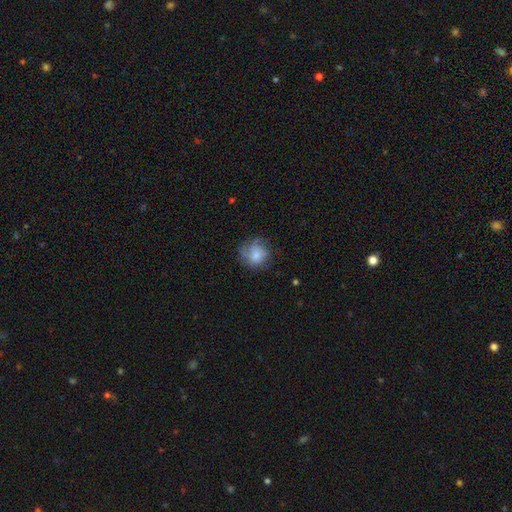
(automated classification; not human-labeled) smooth_or_featured: smooth (p=0.54) [alt: featured or disk p=0.36]
how_rounded: round (p=0.81) [alt: in between p=0.18]
merging: none (p=0.65) [alt: minor disturbance p=0.22]